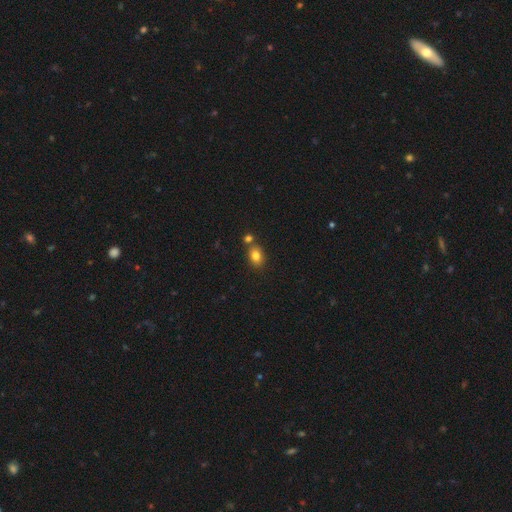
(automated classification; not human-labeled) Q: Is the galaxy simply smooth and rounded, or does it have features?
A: smooth — 82%.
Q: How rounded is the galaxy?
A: in between — 62%.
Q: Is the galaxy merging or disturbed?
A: none — 67%.